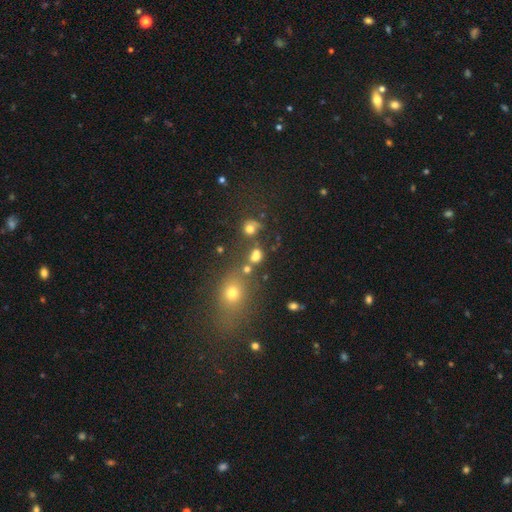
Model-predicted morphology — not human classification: Overall: smooth (68%). How rounded: round (75%). Merging: none (55%; merger 26%).